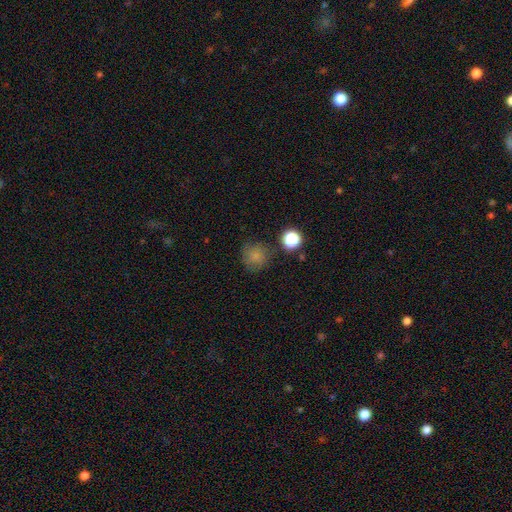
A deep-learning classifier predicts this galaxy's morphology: A smooth galaxy with no disk features (78%) that is round (91%). Merging: none (75%).